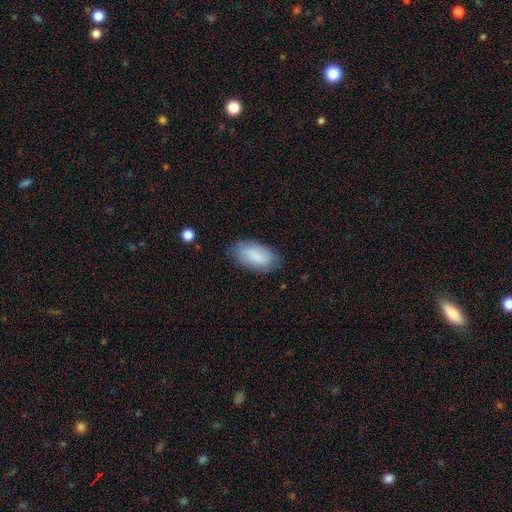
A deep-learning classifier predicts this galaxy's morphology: Smooth or featured? smooth (84%)
How rounded? in between (94%)
Merging? none (76%)